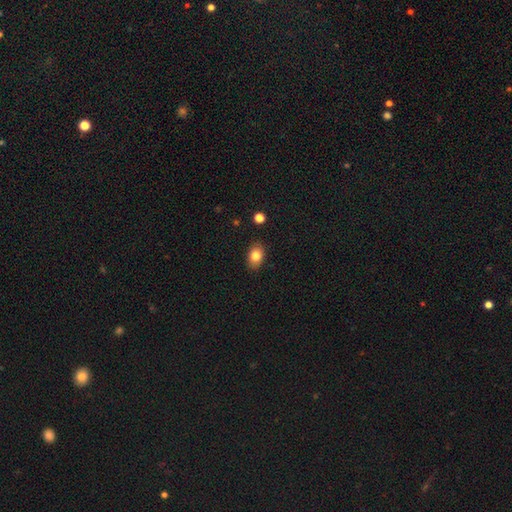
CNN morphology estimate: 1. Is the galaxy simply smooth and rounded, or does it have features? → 81% smooth, 10% featured or disk, 9% star or artifact.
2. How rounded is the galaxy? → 79% in between, 20% round, 1% cigar-shaped.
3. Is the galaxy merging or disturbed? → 87% none, 9% minor disturbance, 2% major disturbance, 1% merger.